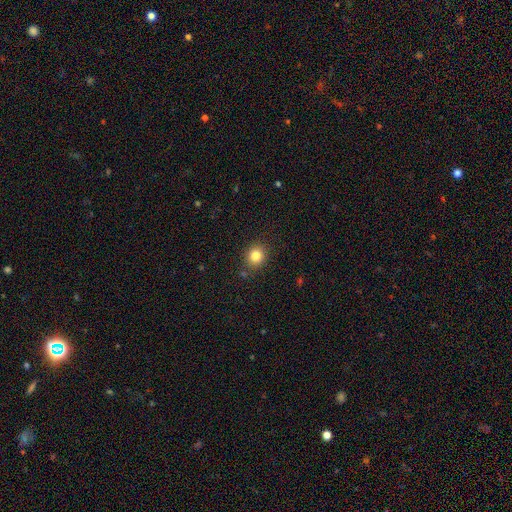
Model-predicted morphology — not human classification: Q: Smooth or featured?
A: smooth (82%); runner-up: star or artifact (12%)
Q: How rounded?
A: round (80%); runner-up: in between (19%)
Q: Merging?
A: none (86%); runner-up: minor disturbance (9%)